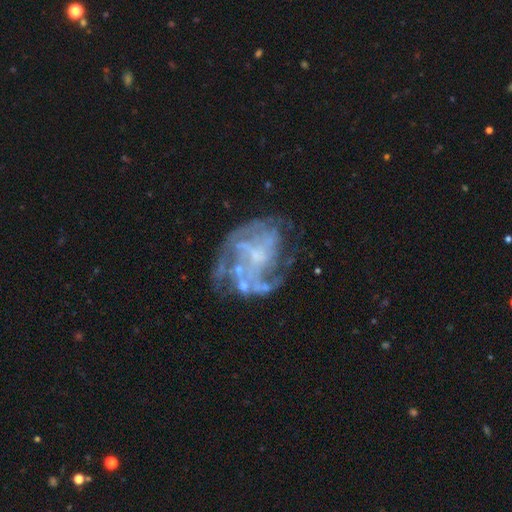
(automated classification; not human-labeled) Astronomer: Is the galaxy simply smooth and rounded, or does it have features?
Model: featured or disk — 79%.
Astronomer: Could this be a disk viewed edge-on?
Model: no — 98%.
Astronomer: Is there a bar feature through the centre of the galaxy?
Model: no — 62%.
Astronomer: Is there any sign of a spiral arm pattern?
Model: yes — 63%.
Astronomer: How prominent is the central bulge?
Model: small — 46% (runner-up: none, 33%).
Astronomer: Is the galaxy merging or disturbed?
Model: none — 48% (runner-up: major disturbance, 25%).